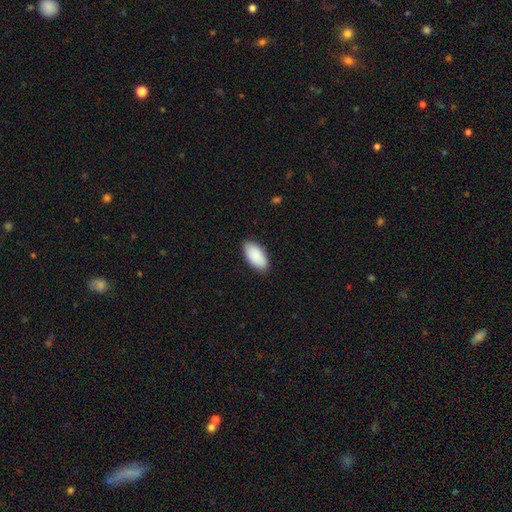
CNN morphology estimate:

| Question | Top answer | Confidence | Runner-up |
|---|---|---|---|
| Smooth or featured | smooth | 91% | star or artifact (5%) |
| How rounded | in between | 95% | cigar-shaped (4%) |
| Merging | none | 87% | minor disturbance (10%) |